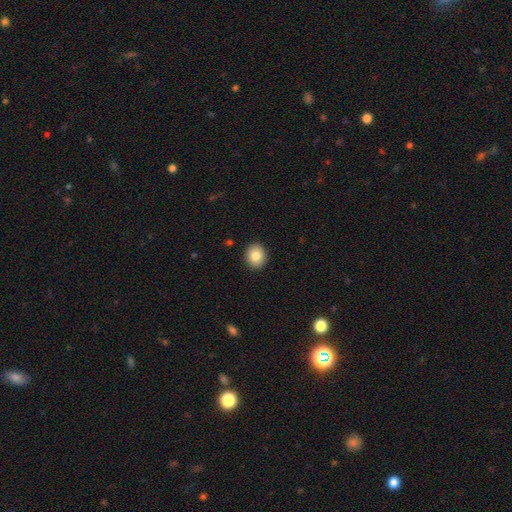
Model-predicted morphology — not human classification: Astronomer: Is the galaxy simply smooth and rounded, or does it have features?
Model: smooth — 83%.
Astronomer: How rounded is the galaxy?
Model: round — 65%.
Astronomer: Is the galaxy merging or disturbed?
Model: none — 91%.